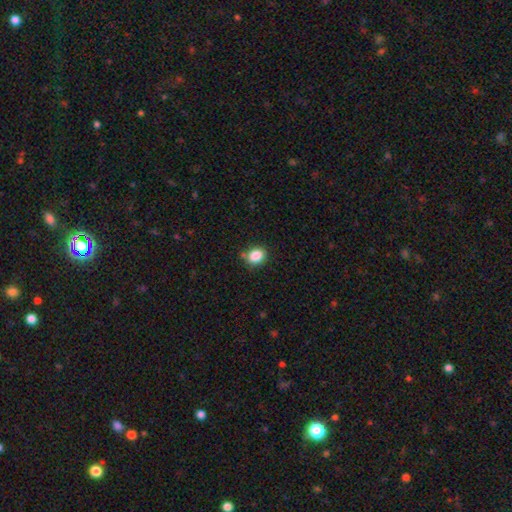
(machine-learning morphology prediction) This is clearly a smooth galaxy (86%). How rounded: possibly round (52%). Merging: clearly none (80%).